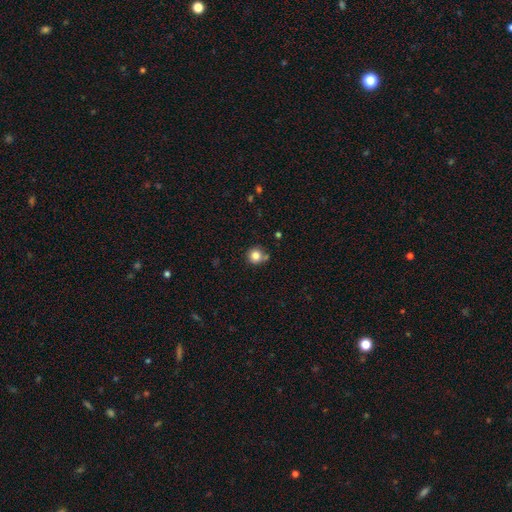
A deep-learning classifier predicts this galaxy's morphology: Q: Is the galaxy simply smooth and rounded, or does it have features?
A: smooth — 83%.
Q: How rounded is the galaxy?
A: round — 93%.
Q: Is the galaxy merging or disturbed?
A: none — 74%.